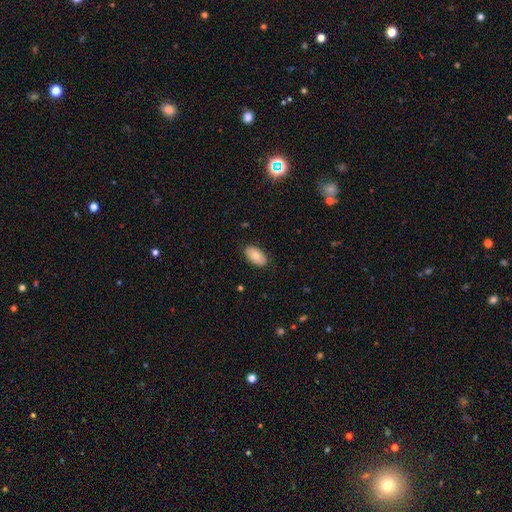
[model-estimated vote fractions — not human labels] A smooth galaxy with no disk features (76%) that is in between round and cigar-shaped (94%).

Vote fractions:
- Smooth or featured? smooth: 76% / featured or disk: 18% / star or artifact: 7%
- How rounded? in between: 94% / round: 4% / cigar-shaped: 2%
- Merging? none: 85% / minor disturbance: 12% / major disturbance: 2% / merger: 1%